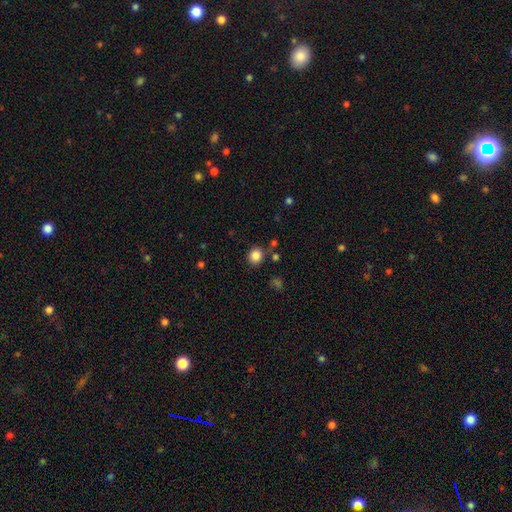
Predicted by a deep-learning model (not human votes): This is clearly a smooth galaxy (85%). How rounded: clearly round (83%). Merging: clearly none (82%).